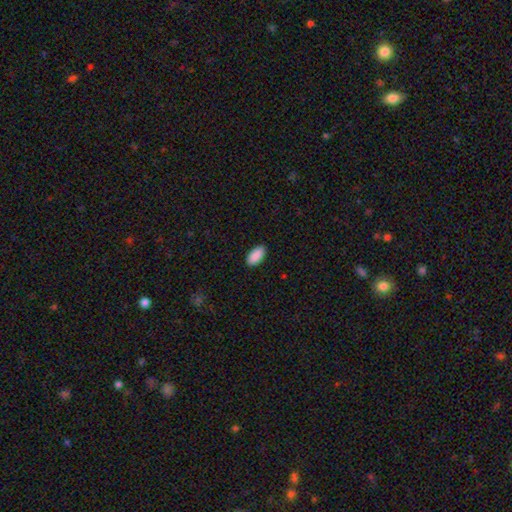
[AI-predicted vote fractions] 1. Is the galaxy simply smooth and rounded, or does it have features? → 91% smooth, 6% star or artifact, 3% featured or disk.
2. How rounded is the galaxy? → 94% in between, 4% cigar-shaped, 2% round.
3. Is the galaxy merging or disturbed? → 90% none, 7% minor disturbance, 2% major disturbance, 1% merger.